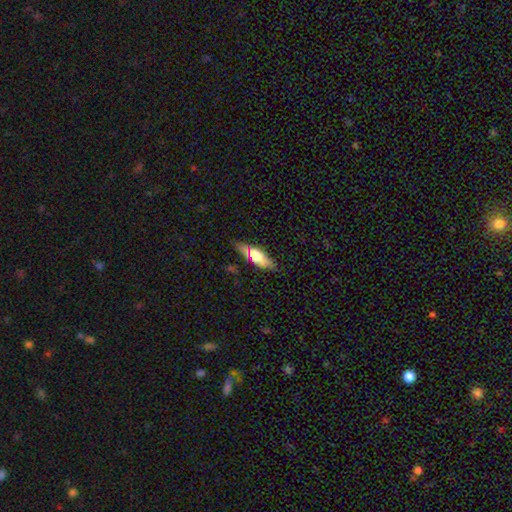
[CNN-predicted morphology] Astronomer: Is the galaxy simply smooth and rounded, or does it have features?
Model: smooth — 58%.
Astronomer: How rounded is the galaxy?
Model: in between — 50% (runner-up: cigar-shaped, 47%).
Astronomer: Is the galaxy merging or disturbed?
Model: none — 81%.